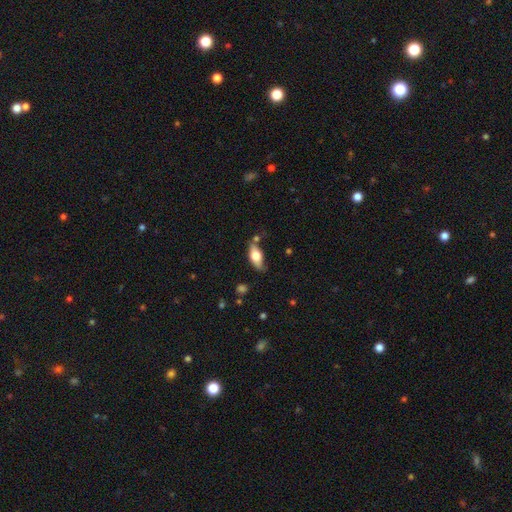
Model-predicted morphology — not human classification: smooth-or-featured: smooth: 62% | featured or disk: 31% | star or artifact: 7%
  how-rounded: in between: 80% | cigar-shaped: 16% | round: 3%
  merging: none: 69% | minor disturbance: 20% | merger: 6% | major disturbance: 5%